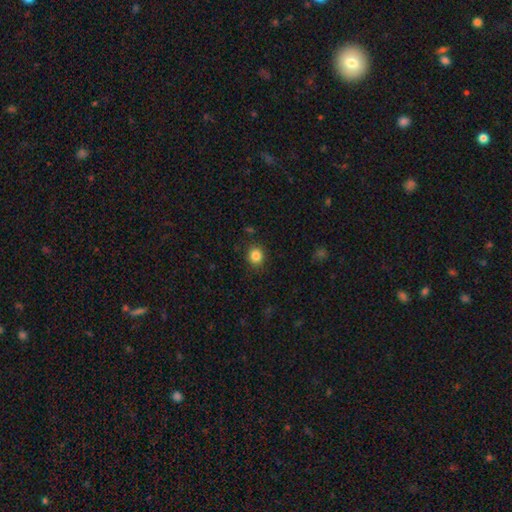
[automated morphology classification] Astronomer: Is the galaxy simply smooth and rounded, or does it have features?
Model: smooth — 85%.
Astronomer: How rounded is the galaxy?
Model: round — 78%.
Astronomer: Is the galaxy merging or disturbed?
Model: none — 88%.